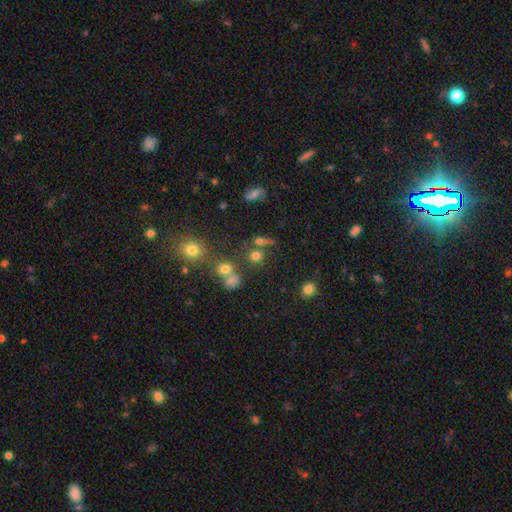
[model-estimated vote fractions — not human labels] smooth-or-featured: smooth: 70% | star or artifact: 19% | featured or disk: 11%
  how-rounded: round: 87% | in between: 11% | cigar-shaped: 2%
  merging: none: 58% | merger: 24% | minor disturbance: 10% | major disturbance: 7%